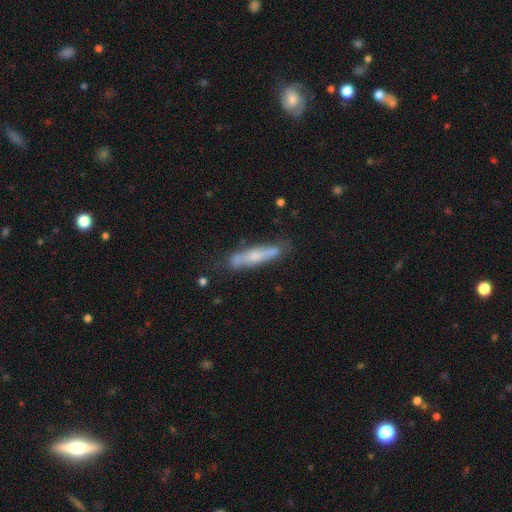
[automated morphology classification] This appears to be a smooth galaxy with no disk features (48%). Merging: none (67%).